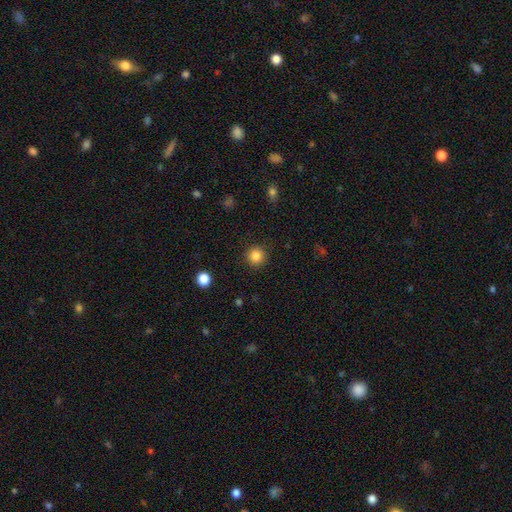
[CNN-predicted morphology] type=smooth (85%); roundness=round (95%); merging=none (91%).